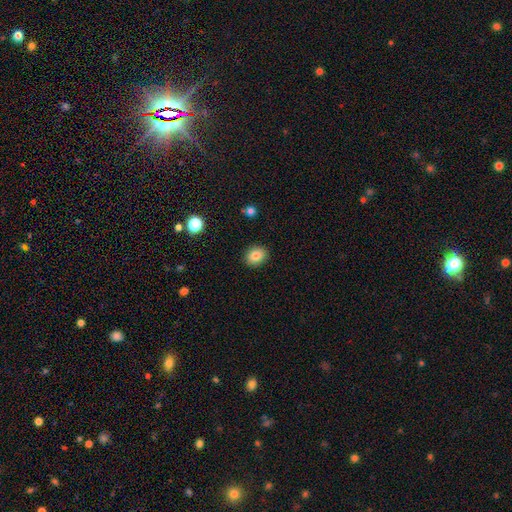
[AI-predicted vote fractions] The model was most divided on "how rounded": in between: 55%, round: 44%, cigar-shaped: 1%. More confident: merging — none (89%); smooth or featured — smooth (85%).